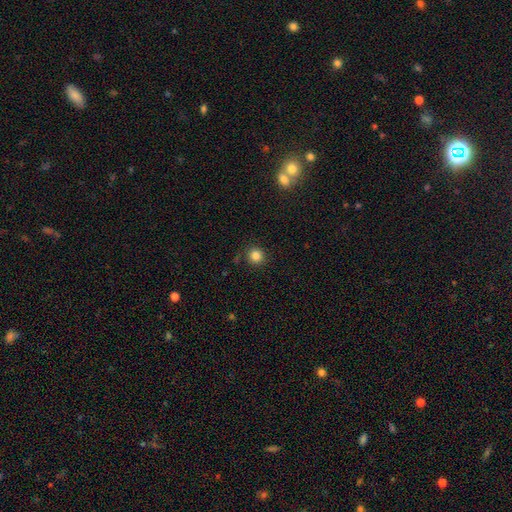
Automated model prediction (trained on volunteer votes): A smooth galaxy with no disk features (84%) that is round (94%). Merging: none (89%).